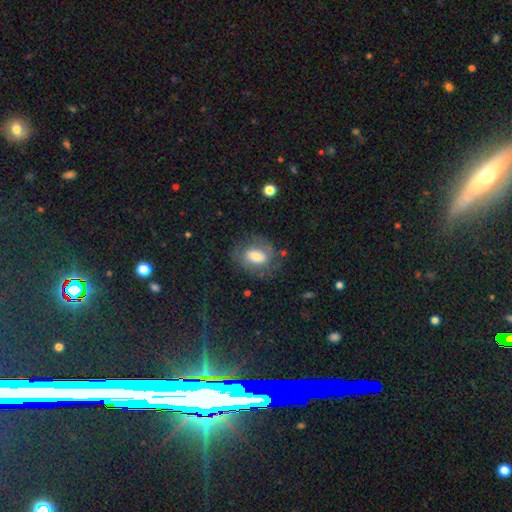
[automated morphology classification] This appears to be a smooth galaxy with no disk features (50%). Merging: none (67%).